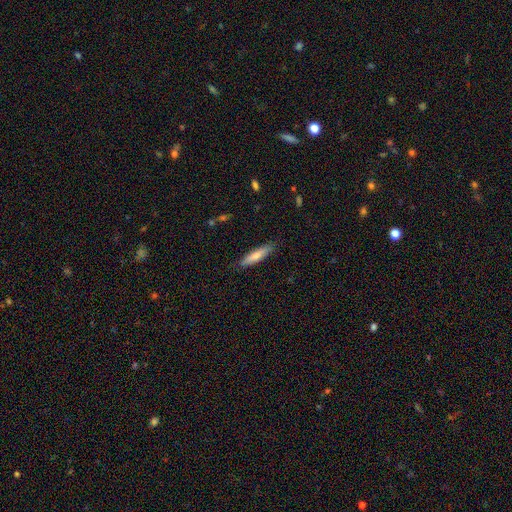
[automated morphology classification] Smooth or featured?
  - smooth: 69% *
  - featured or disk: 25%
  - star or artifact: 6%
How rounded?
  - cigar-shaped: 83% *
  - in between: 15%
  - round: 1%
Merging?
  - none: 85% *
  - minor disturbance: 12%
  - major disturbance: 2%
  - merger: 1%